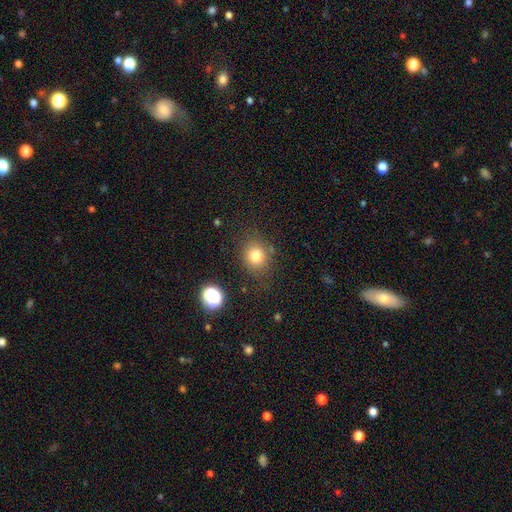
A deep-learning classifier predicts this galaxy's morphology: A smooth galaxy with no disk features (78%) that is round (79%).

Vote fractions:
- Smooth or featured? smooth: 78% / star or artifact: 14% / featured or disk: 8%
- How rounded? round: 79% / in between: 20% / cigar-shaped: 1%
- Merging? none: 81% / minor disturbance: 12% / major disturbance: 5% / merger: 3%